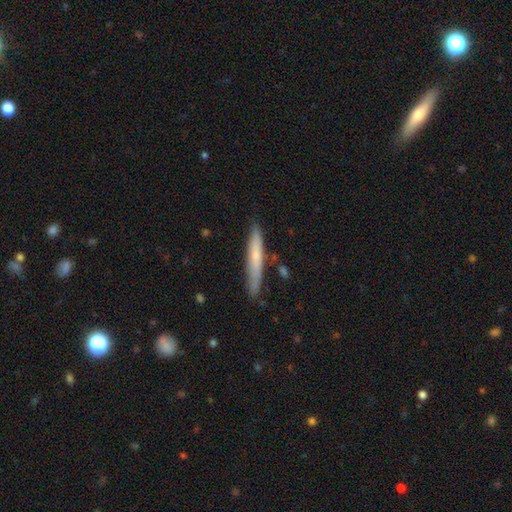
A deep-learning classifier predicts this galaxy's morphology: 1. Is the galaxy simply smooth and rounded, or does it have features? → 60% smooth, 34% featured or disk, 6% star or artifact.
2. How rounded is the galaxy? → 94% cigar-shaped, 4% in between, 1% round.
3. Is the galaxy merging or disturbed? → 82% none, 13% minor disturbance, 3% merger, 2% major disturbance.